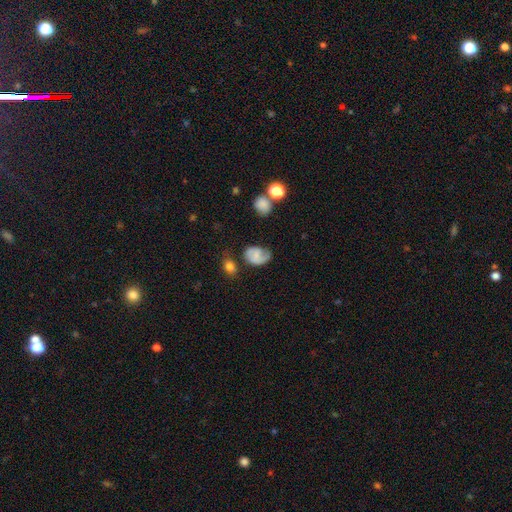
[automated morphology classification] smooth_or_featured: smooth (p=0.49) [alt: featured or disk p=0.42]
merging: none (p=0.46) [alt: minor disturbance p=0.31]